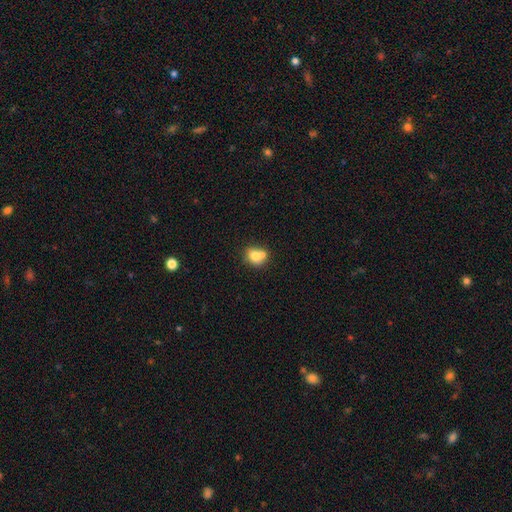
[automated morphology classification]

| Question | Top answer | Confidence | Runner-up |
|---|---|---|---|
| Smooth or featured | smooth | 72% | featured or disk (19%) |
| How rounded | round | 65% | in between (34%) |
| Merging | merger | 49% | none (35%) |